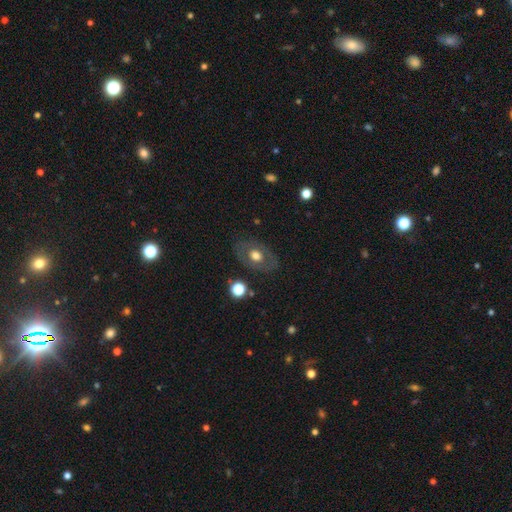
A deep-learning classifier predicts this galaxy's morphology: A smooth galaxy with no disk features (52%) that is in between round and cigar-shaped (74%). Merging: none (81%).